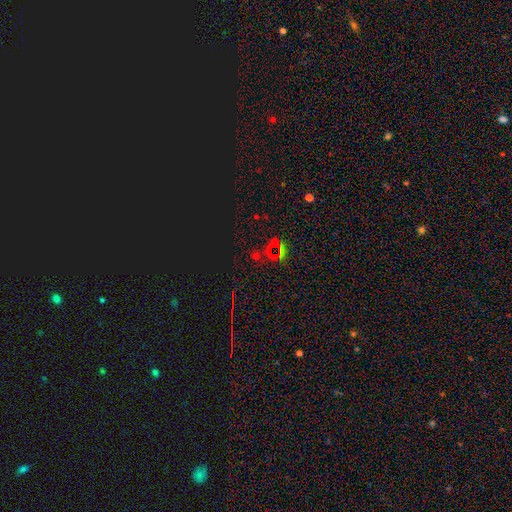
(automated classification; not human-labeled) Smooth or featured?
  - star or artifact: 73% *
  - smooth: 18%
  - featured or disk: 8%